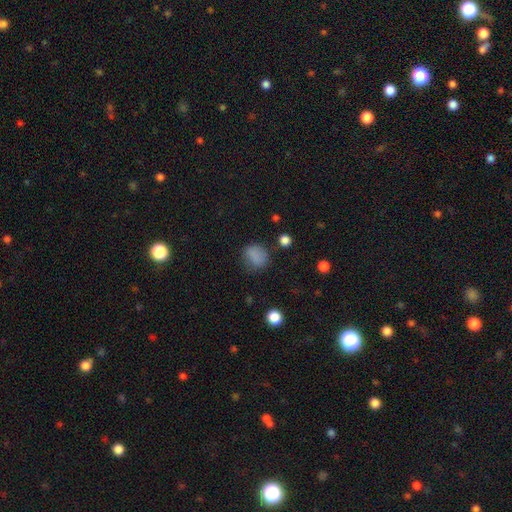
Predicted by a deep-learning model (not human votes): A smooth galaxy with no disk features (81%) that is round (62%). Merging: none (69%).